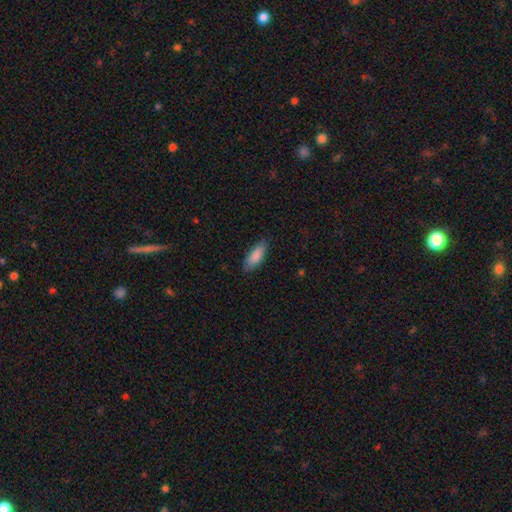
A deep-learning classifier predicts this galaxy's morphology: This appears to be a smooth galaxy with no disk features (87%) that is in between round and cigar-shaped (68%). Merging: none (84%).